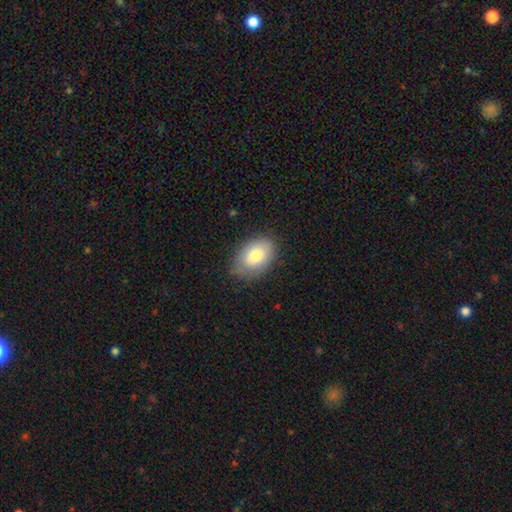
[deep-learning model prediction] Overall: smooth (78%). How rounded: in between (85%). Merging: none (72%).